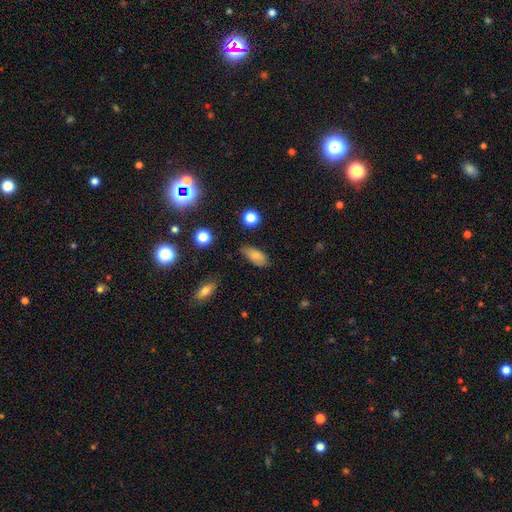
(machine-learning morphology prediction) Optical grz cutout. It shows a smooth galaxy with no disk features (81%) that is in between round and cigar-shaped (86%). Merging: none (70%).